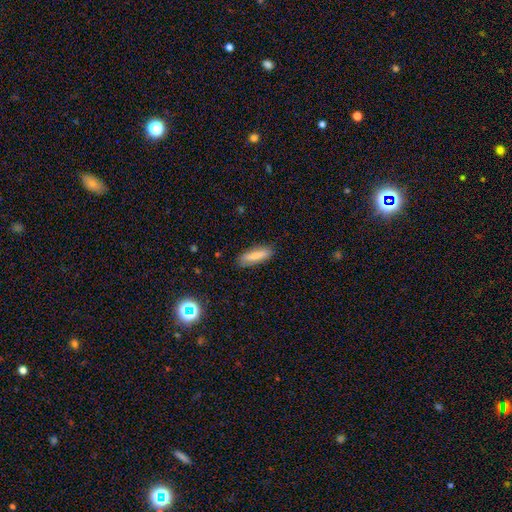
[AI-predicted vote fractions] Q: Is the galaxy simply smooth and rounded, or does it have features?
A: smooth — 71%.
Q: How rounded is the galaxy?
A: cigar-shaped — 52%.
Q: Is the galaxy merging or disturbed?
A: none — 85%.